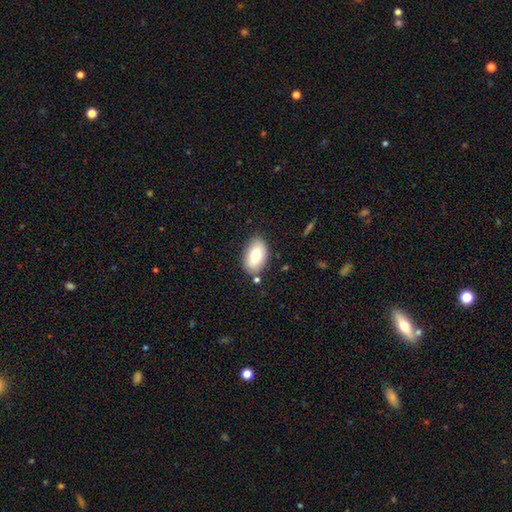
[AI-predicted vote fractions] smooth_or_featured: smooth (p=0.80) [alt: featured or disk p=0.14]
how_rounded: in between (p=0.93) [alt: round p=0.05]
merging: none (p=0.81) [alt: minor disturbance p=0.13]